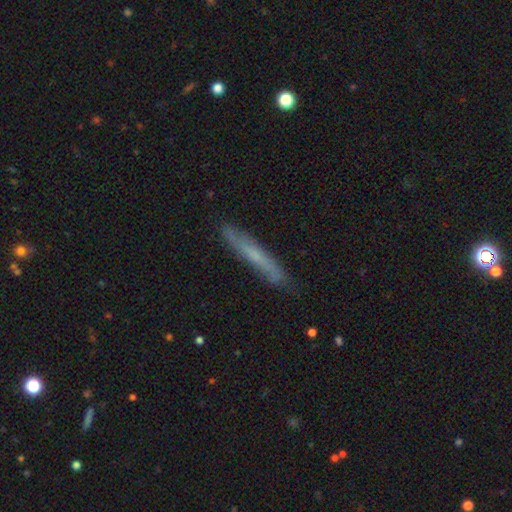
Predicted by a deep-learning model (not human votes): Smooth or featured? smooth (47%)
Merging? none (85%)